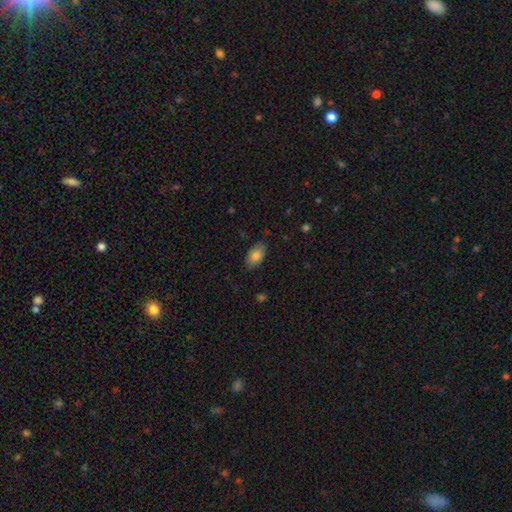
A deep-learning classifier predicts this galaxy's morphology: Smooth or featured?
  - smooth: 81% *
  - featured or disk: 12%
  - star or artifact: 7%
How rounded?
  - in between: 93% *
  - round: 6%
  - cigar-shaped: 2%
Merging?
  - none: 83% *
  - minor disturbance: 13%
  - major disturbance: 3%
  - merger: 1%